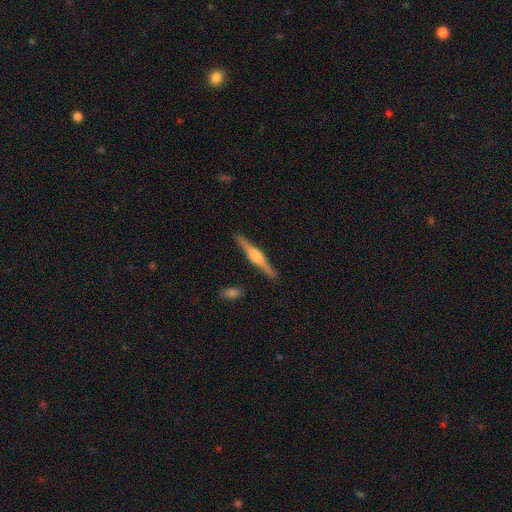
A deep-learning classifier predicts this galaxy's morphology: Smooth or featured?
  - featured or disk: 77% *
  - smooth: 18%
  - star or artifact: 5%
Edge-on disk?
  - yes: 98% *
  - no: 2%
Edge-on bulge?
  - rounded: 79% *
  - boxy: 16%
  - none: 5%
Merging?
  - none: 90% *
  - minor disturbance: 7%
  - major disturbance: 1%
  - merger: 1%